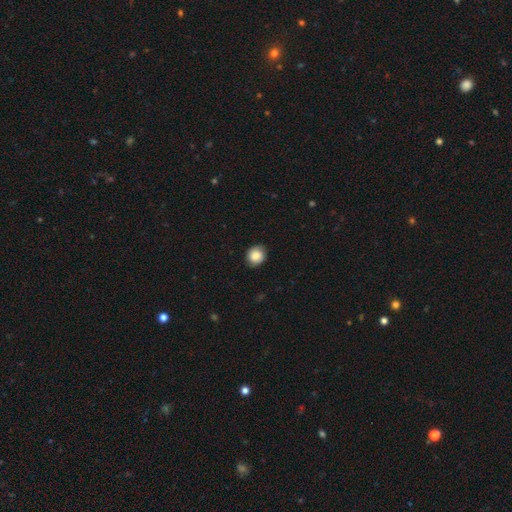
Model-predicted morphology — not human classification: Q: Smooth or featured?
A: smooth (81%); runner-up: featured or disk (11%)
Q: How rounded?
A: round (77%); runner-up: in between (22%)
Q: Merging?
A: none (83%); runner-up: minor disturbance (13%)